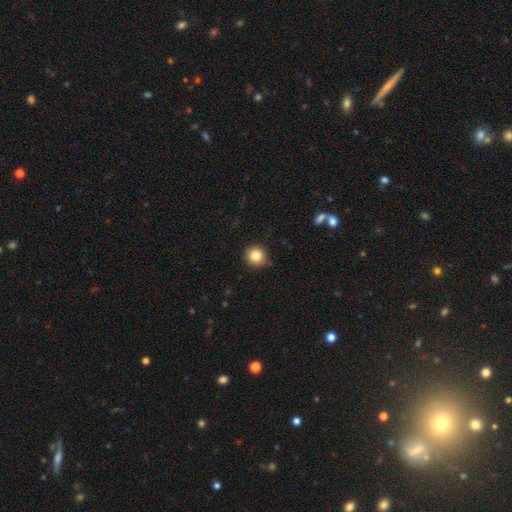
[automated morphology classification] This is clearly a smooth galaxy (83%). How rounded: clearly round (94%). Merging: clearly none (86%).